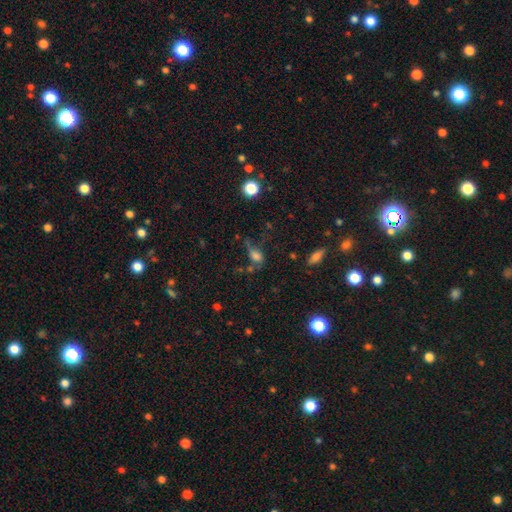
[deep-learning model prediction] Smooth or featured? smooth (64%)
How rounded? in between (71%)
Merging? none (34%)